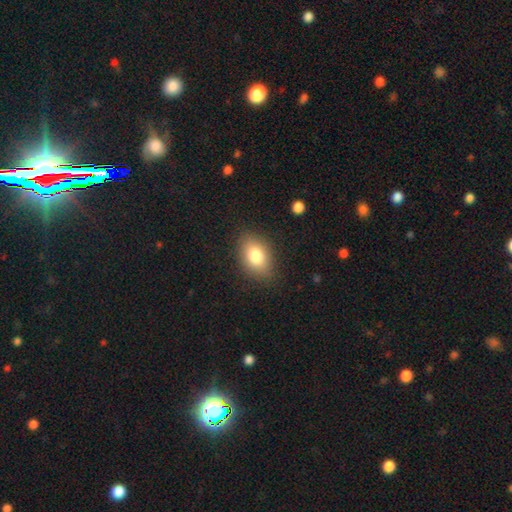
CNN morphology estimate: type=smooth (80%); roundness=in between (84%); merging=none (84%).